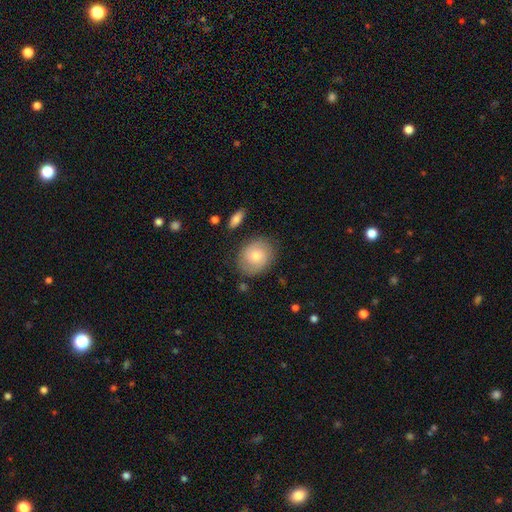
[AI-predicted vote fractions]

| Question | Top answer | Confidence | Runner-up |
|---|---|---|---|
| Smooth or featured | smooth | 60% | featured or disk (33%) |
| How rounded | round | 59% | in between (40%) |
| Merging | none | 79% | minor disturbance (15%) |